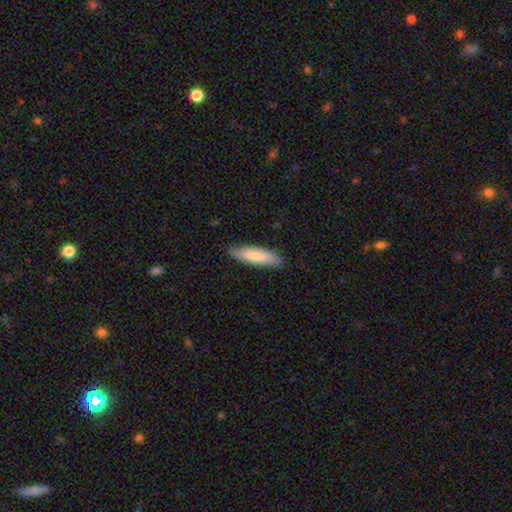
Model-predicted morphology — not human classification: type=smooth (77%); roundness=cigar-shaped (69%); merging=none (85%).